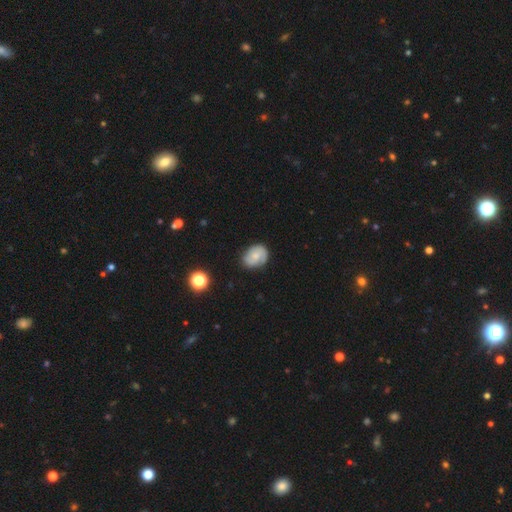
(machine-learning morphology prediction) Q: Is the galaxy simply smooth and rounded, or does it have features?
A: featured or disk — 48%.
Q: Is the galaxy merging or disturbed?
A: none — 73%.